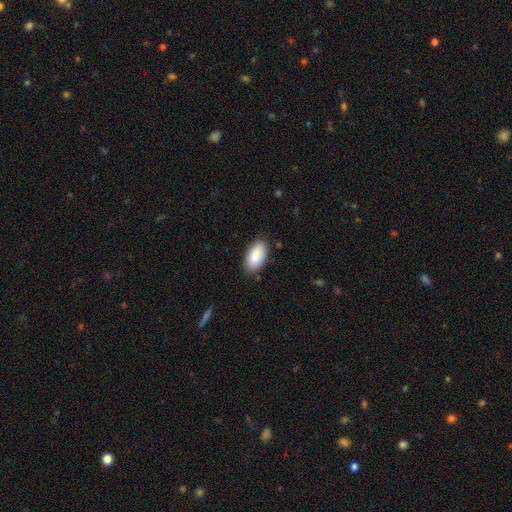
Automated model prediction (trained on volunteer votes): Smooth or featured?
  - smooth: 89% *
  - star or artifact: 6%
  - featured or disk: 6%
How rounded?
  - in between: 95% *
  - cigar-shaped: 3%
  - round: 2%
Merging?
  - none: 85% *
  - minor disturbance: 12%
  - major disturbance: 2%
  - merger: 1%